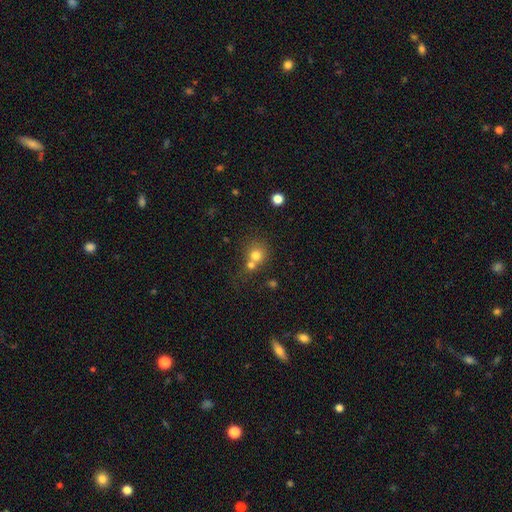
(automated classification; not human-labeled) This appears to be a smooth galaxy with no disk features (74%) that is round (85%). Merging: merger (49%).